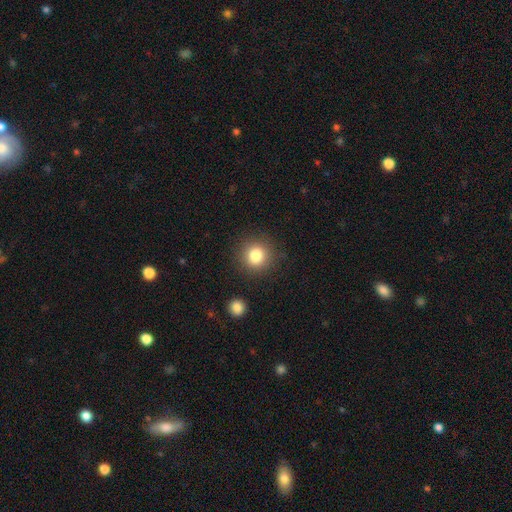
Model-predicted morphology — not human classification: Smooth or featured? smooth (82%)
How rounded? round (91%)
Merging? none (86%)